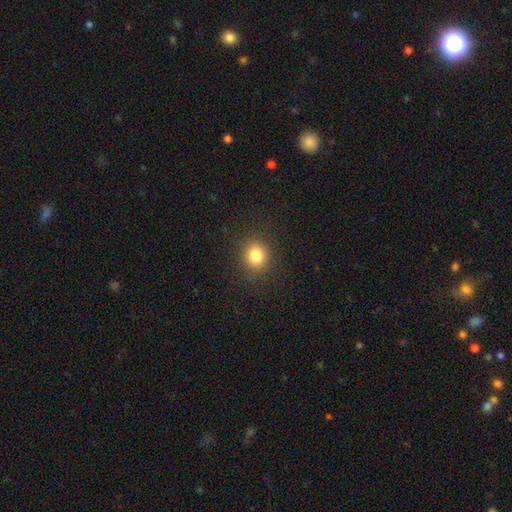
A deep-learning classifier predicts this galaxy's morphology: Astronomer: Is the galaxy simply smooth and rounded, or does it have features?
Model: smooth — 82%.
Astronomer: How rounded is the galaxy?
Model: round — 84%.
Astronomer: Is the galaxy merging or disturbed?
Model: none — 89%.